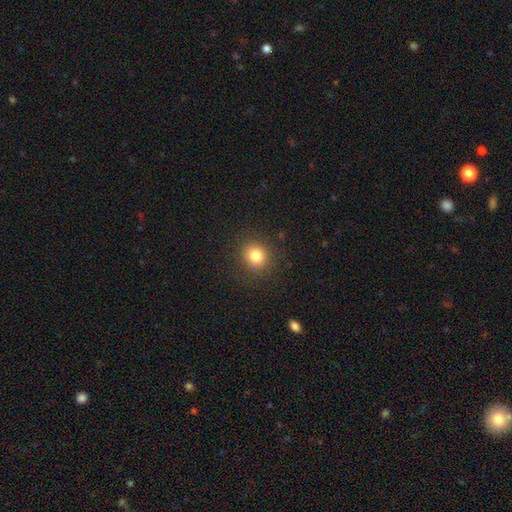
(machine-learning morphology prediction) A smooth galaxy with no disk features (80%) that is round (78%). Merging: none (85%).